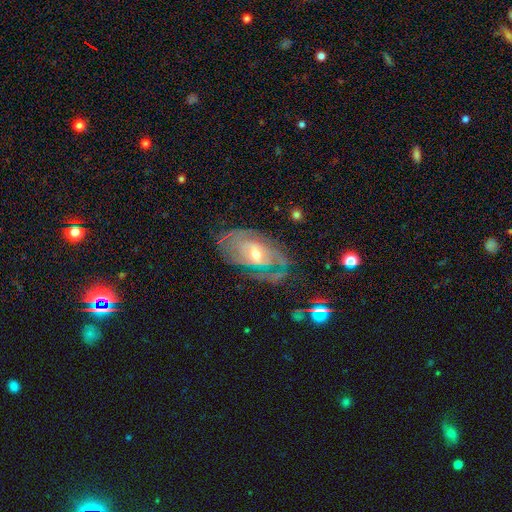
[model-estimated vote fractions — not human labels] This is likely a featured or disk galaxy (79%). It is clearly not viewed edge-on (93%). Bar: possibly no (46%). Spiral arm pattern: clearly yes (87%). Spiral arm count: marginally can't tell (44%). Spiral winding: likely tight (63%). Central bulge: possibly moderate (48%). Merging: likely none (68%).